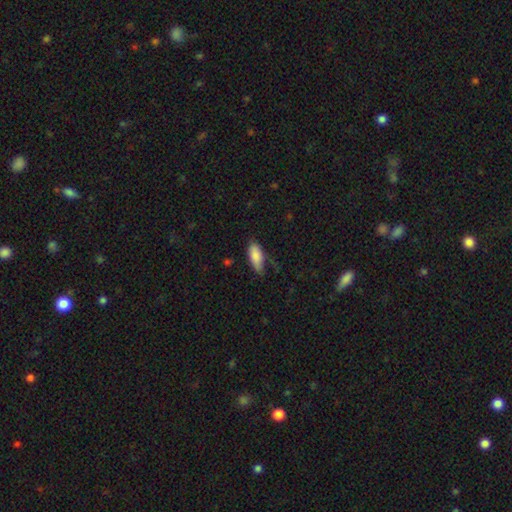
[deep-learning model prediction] This is clearly a smooth galaxy (84%). How rounded: clearly in between (85%). Merging: possibly none (58%).